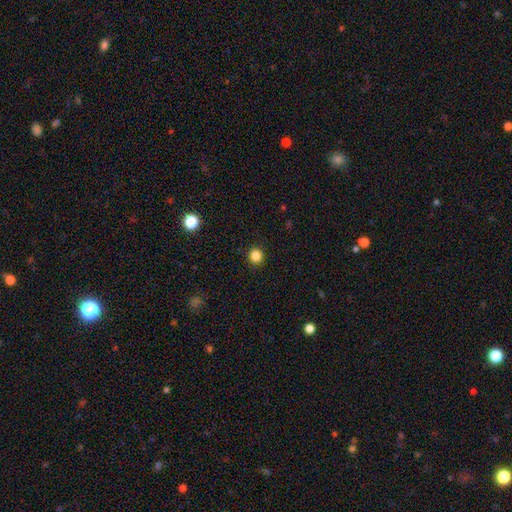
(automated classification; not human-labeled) This appears to be a smooth galaxy with no disk features (84%) that is round (91%). Merging: none (92%).